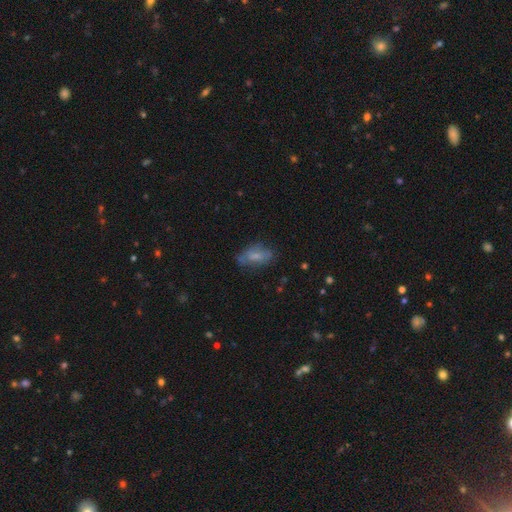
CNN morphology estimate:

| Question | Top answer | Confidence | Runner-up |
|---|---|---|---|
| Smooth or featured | smooth | 62% | featured or disk (28%) |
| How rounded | in between | 87% | cigar-shaped (8%) |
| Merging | none | 57% | minor disturbance (27%) |